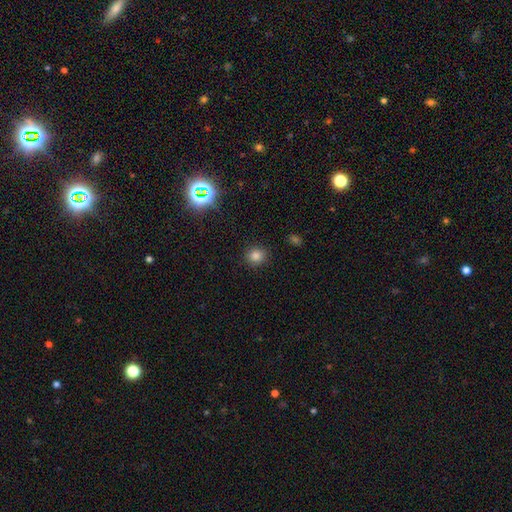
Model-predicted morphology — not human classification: This appears to be a smooth galaxy with no disk features (81%) that is round (89%). Merging: none (90%).